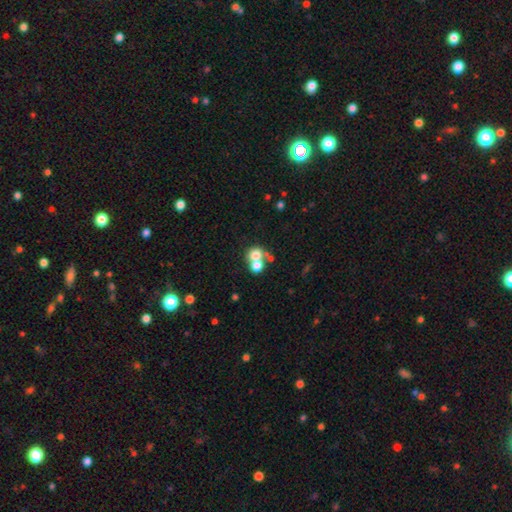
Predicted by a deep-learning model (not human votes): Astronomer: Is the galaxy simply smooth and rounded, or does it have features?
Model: smooth — 70%.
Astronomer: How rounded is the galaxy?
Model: round — 76%.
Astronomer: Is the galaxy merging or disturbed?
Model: merger — 56% (runner-up: none, 33%).